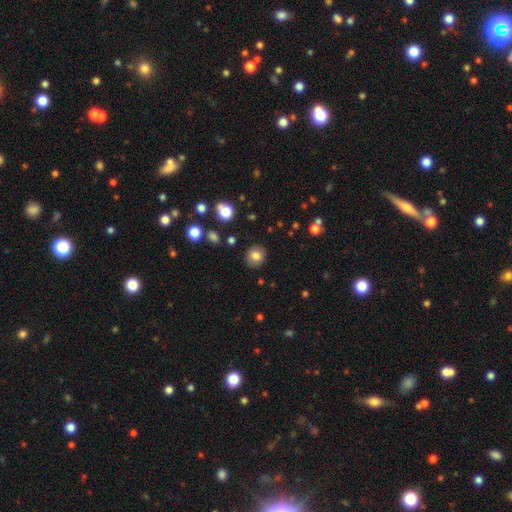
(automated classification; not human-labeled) Q: Smooth or featured?
A: smooth (82%); runner-up: star or artifact (10%)
Q: How rounded?
A: round (85%); runner-up: in between (14%)
Q: Merging?
A: none (89%); runner-up: minor disturbance (7%)